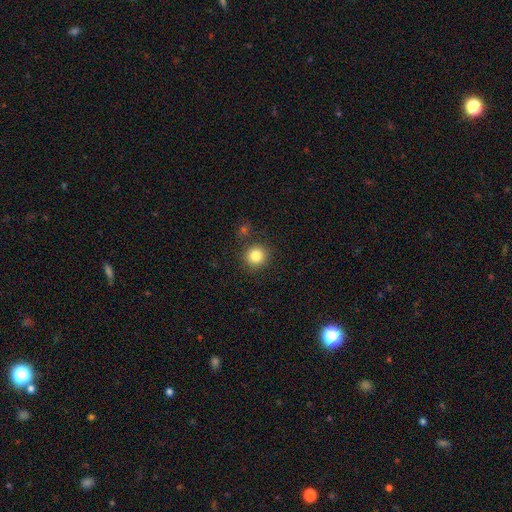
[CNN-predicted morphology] Smooth or featured: smooth — 83% (star or artifact — 11%)
How rounded: round — 93% (in between — 6%)
Merging: none — 86% (minor disturbance — 7%)